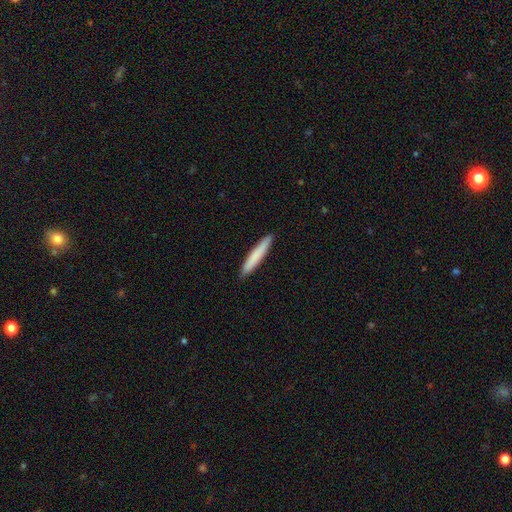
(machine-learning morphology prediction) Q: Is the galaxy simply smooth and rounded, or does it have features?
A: smooth — 79%.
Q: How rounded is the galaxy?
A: cigar-shaped — 94%.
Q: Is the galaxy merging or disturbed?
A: none — 91%.